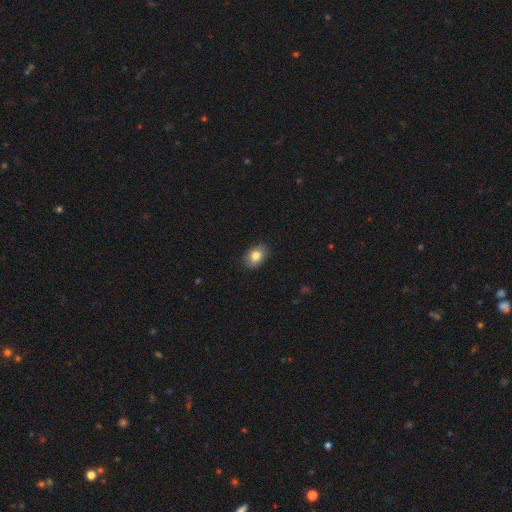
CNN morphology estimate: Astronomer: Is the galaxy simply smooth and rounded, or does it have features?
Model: smooth — 83%.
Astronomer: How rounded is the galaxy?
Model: in between — 78%.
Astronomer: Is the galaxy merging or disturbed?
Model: none — 87%.